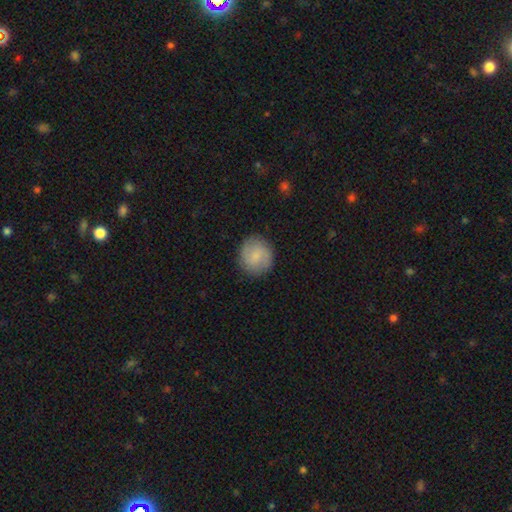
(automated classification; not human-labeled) Smooth or featured? Predicted: smooth (p=0.74). How rounded? Predicted: round (p=0.89). Merging? Predicted: none (p=0.87).